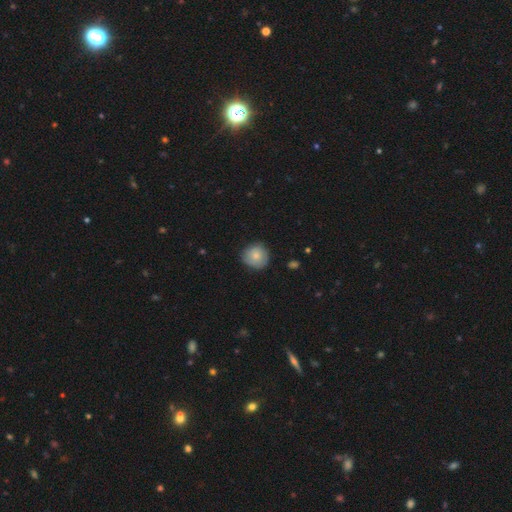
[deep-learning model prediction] smooth_or_featured: smooth (p=0.75) [alt: featured or disk p=0.18]
how_rounded: round (p=0.90) [alt: in between p=0.09]
merging: none (p=0.78) [alt: minor disturbance p=0.18]